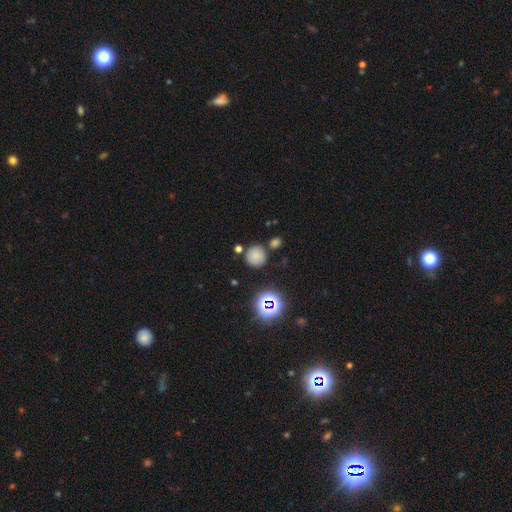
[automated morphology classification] Q: Smooth or featured?
A: smooth (73%); runner-up: star or artifact (18%)
Q: How rounded?
A: round (93%); runner-up: in between (6%)
Q: Merging?
A: none (76%); runner-up: minor disturbance (11%)